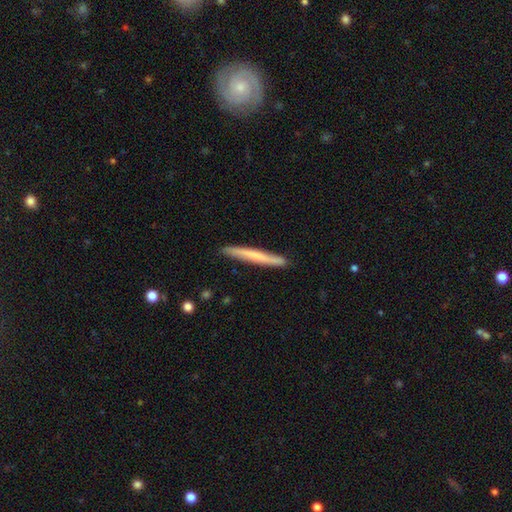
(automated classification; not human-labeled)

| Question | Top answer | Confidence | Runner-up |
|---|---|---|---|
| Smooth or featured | smooth | 58% | featured or disk (36%) |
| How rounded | cigar-shaped | 97% | in between (2%) |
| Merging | none | 89% | minor disturbance (8%) |